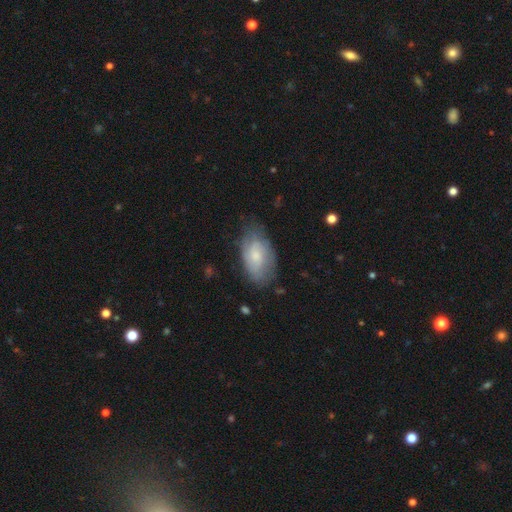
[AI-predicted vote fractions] smooth 53%, featured or disk 40%, star or artifact 7%. Down the decision tree: how rounded — in between (92%); merging — none (61%).